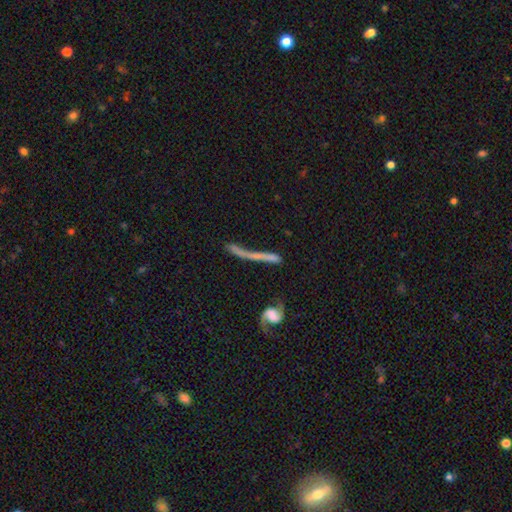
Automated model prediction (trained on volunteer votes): featured or disk 45%, smooth 36%, star or artifact 19%. Down the decision tree: merging — none (52%).